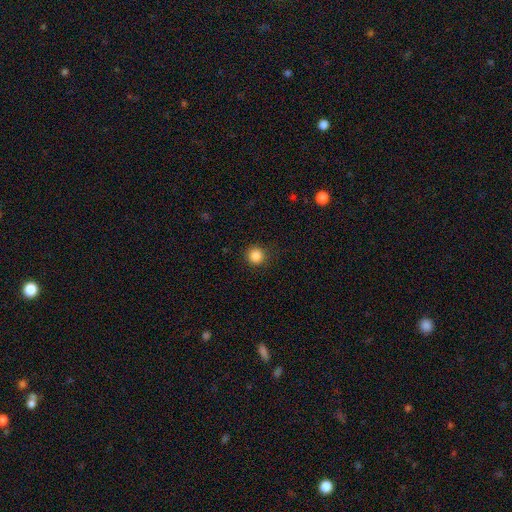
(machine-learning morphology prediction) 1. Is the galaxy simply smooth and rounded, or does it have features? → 86% smooth, 11% star or artifact, 3% featured or disk.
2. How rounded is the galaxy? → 95% round, 4% in between, 1% cigar-shaped.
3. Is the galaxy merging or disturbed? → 89% none, 7% minor disturbance, 3% major disturbance, 1% merger.